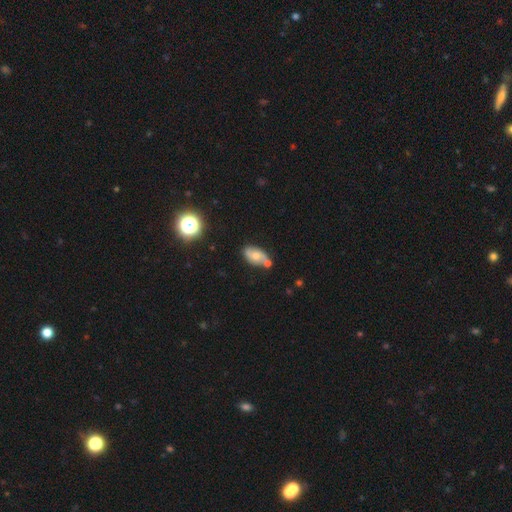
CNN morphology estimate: A smooth galaxy with no disk features (47%).

Vote fractions:
- Smooth or featured? smooth: 47% / featured or disk: 41% / star or artifact: 12%
- Merging? none: 56% / merger: 21% / minor disturbance: 18% / major disturbance: 5%